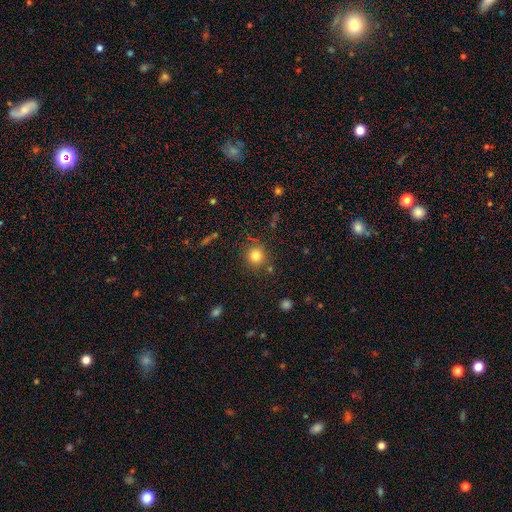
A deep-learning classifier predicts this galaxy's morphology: type=smooth (80%); roundness=round (92%); merging=none (84%).